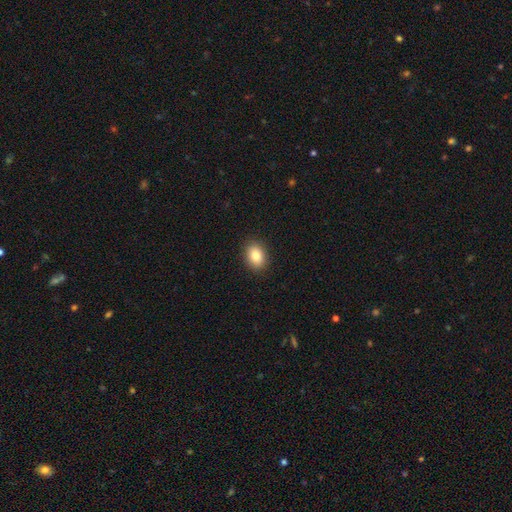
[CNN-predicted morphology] smooth-or-featured: smooth: 85% | star or artifact: 9% | featured or disk: 7%
  how-rounded: in between: 71% | round: 28% | cigar-shaped: 1%
  merging: none: 90% | minor disturbance: 7% | major disturbance: 2% | merger: 1%